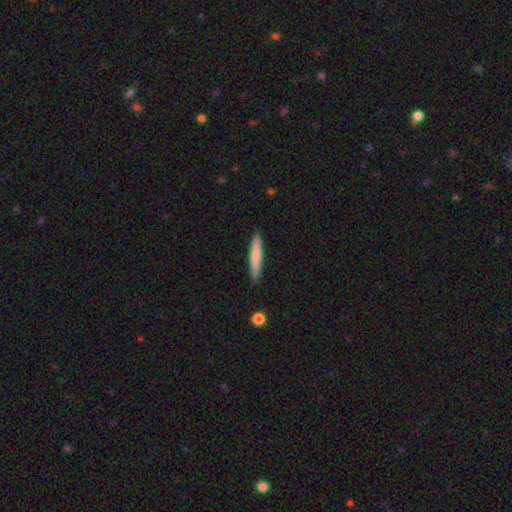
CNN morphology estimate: A smooth galaxy with no disk features (74%) that is cigar-shaped (92%). Merging: none (89%).